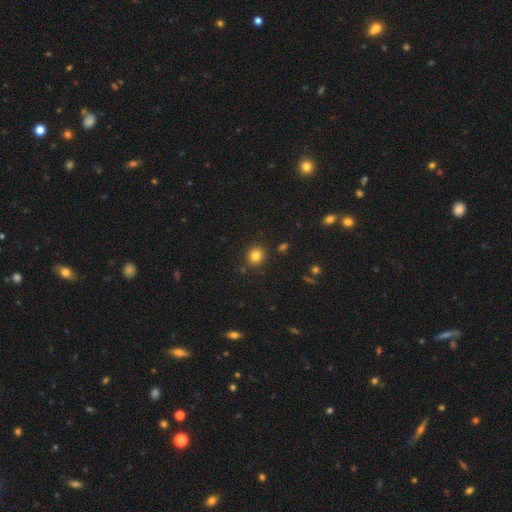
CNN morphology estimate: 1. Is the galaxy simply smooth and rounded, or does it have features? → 82% smooth, 12% star or artifact, 6% featured or disk.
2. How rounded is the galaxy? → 78% round, 21% in between, 1% cigar-shaped.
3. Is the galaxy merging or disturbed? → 86% none, 9% minor disturbance, 3% merger, 2% major disturbance.